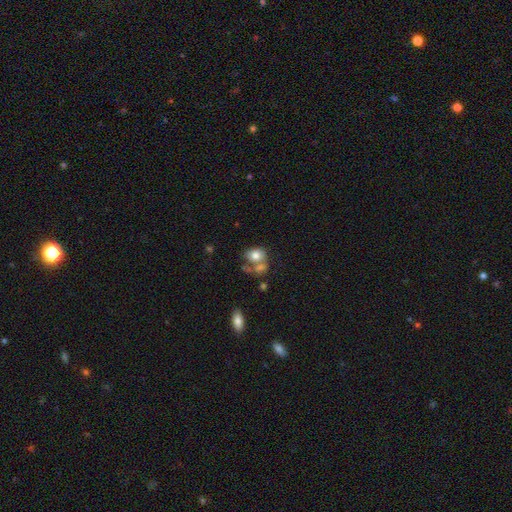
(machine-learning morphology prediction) Smooth or featured: smooth — 72% (featured or disk — 19%)
How rounded: in between — 58% (round — 41%)
Merging: merger — 45% (none — 30%)